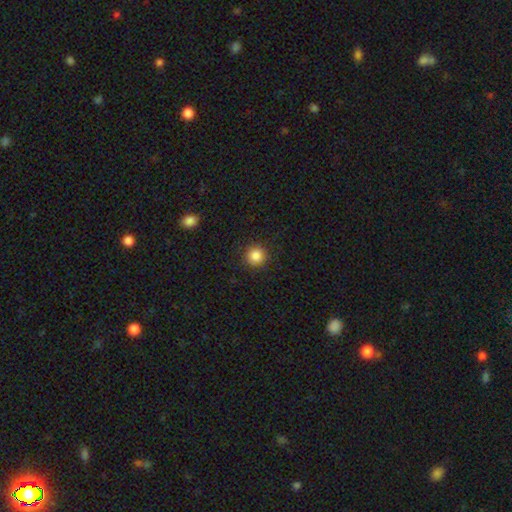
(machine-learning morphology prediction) This appears to be a smooth galaxy with no disk features (86%) that is round (94%). Merging: none (91%).